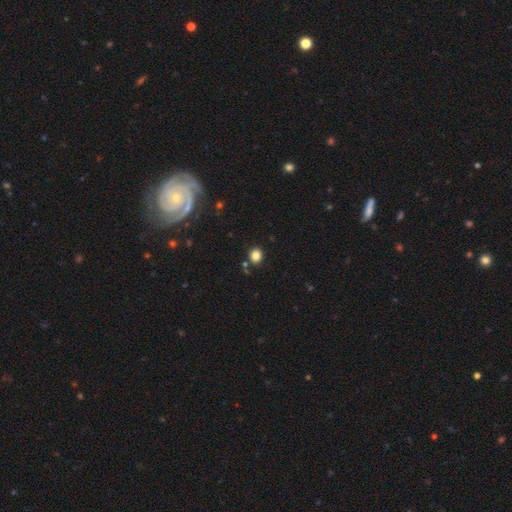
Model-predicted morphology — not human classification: This appears to be a smooth galaxy with no disk features (83%) that is round (74%). Merging: none (83%).